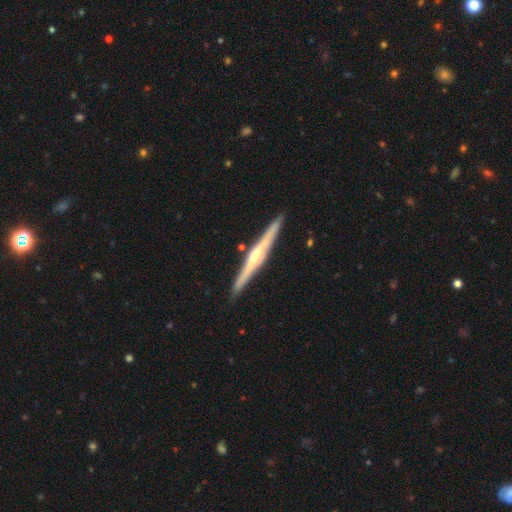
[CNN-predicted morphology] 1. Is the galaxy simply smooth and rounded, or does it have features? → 83% featured or disk, 12% smooth, 5% star or artifact.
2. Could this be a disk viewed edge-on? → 98% yes, 2% no.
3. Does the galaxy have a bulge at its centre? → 84% rounded, 9% boxy, 8% none.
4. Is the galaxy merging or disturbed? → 92% none, 5% minor disturbance, 1% merger, 1% major disturbance.